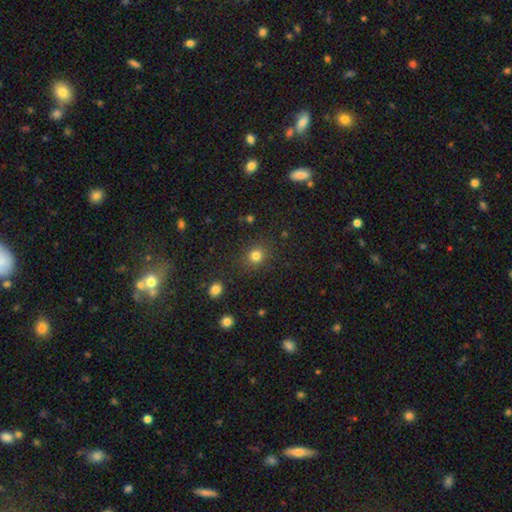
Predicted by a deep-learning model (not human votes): smooth 81%, star or artifact 14%, featured or disk 5%. Down the decision tree: how rounded — round (82%); merging — none (87%).